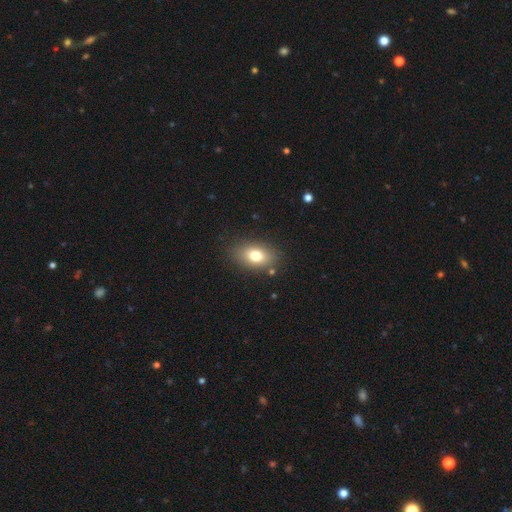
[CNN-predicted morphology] A smooth galaxy with no disk features (76%) that is in between round and cigar-shaped (84%).

Vote fractions:
- Smooth or featured? smooth: 76% / featured or disk: 14% / star or artifact: 10%
- How rounded? in between: 84% / round: 14% / cigar-shaped: 2%
- Merging? none: 84% / minor disturbance: 11% / major disturbance: 3% / merger: 2%